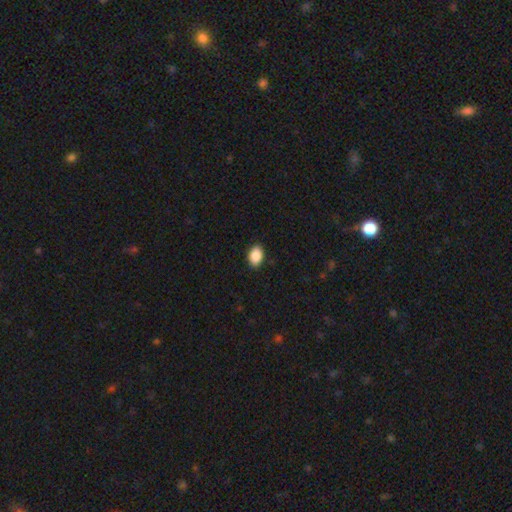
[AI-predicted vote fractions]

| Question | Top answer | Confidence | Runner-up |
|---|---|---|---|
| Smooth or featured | smooth | 89% | star or artifact (7%) |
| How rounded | in between | 87% | round (12%) |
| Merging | none | 88% | minor disturbance (9%) |